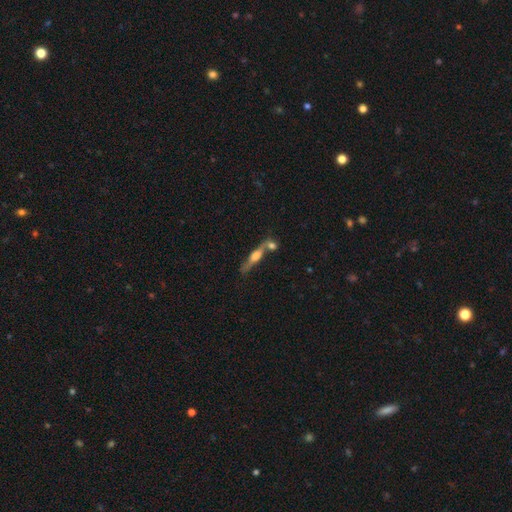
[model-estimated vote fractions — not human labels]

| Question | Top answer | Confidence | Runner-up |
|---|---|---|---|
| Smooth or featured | featured or disk | 65% | smooth (27%) |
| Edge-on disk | yes | 91% | no (9%) |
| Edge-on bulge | rounded | 83% | boxy (12%) |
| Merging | none | 57% | merger (27%) |